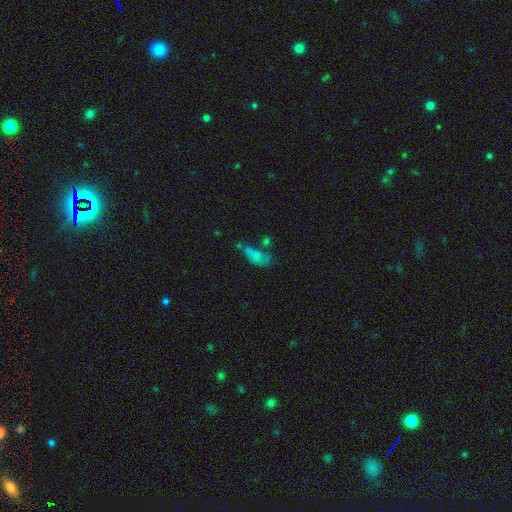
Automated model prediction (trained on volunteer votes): smooth-or-featured: smooth: 62% | featured or disk: 22% | star or artifact: 16%
  how-rounded: in between: 81% | cigar-shaped: 13% | round: 6%
  merging: merger: 31% | major disturbance: 26% | none: 25% | minor disturbance: 18%